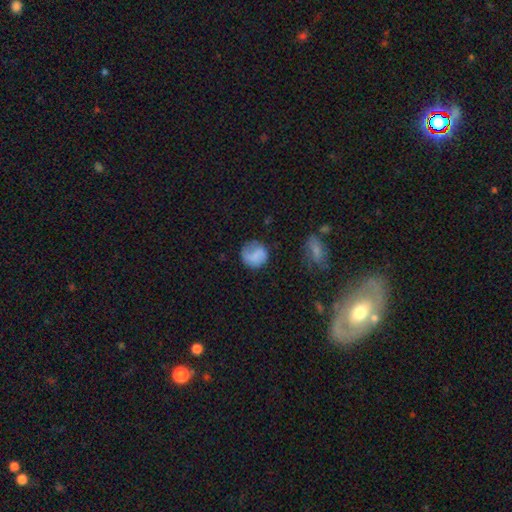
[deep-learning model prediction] A smooth galaxy with no disk features (74%) that is round (85%). Merging: none (63%).